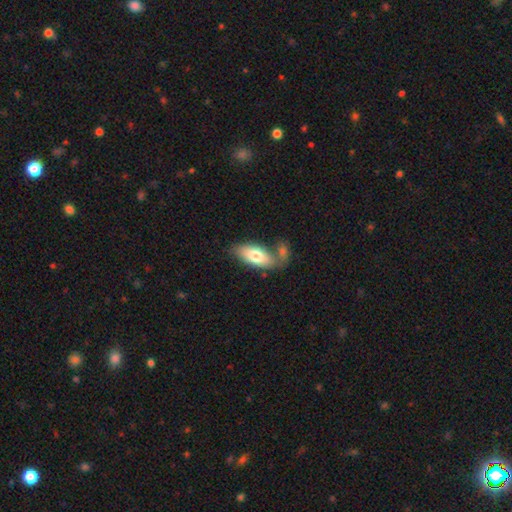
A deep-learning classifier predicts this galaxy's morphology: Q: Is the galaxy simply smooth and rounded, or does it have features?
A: smooth — 73%.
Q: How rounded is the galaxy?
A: in between — 89%.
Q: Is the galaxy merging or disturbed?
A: none — 51%.